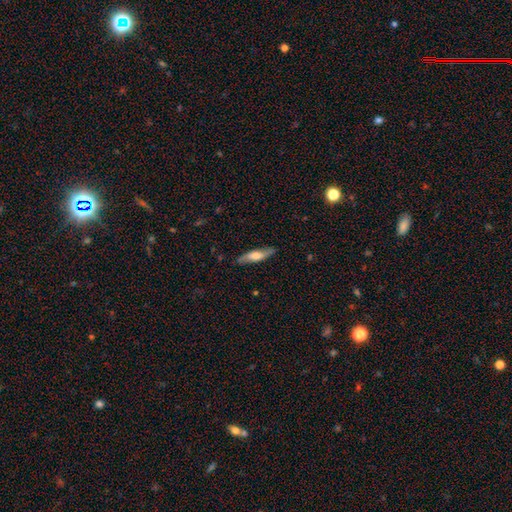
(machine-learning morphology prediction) Smooth or featured? Predicted: smooth (p=0.52). How rounded? Predicted: cigar-shaped (p=0.68). Merging? Predicted: none (p=0.84).